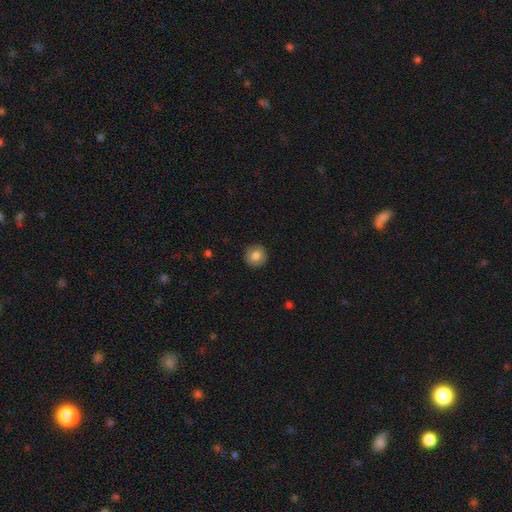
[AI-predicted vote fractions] Smooth or featured?
  - smooth: 81% *
  - featured or disk: 11%
  - star or artifact: 8%
How rounded?
  - round: 94% *
  - in between: 5%
  - cigar-shaped: 1%
Merging?
  - none: 90% *
  - minor disturbance: 7%
  - major disturbance: 2%
  - merger: 1%